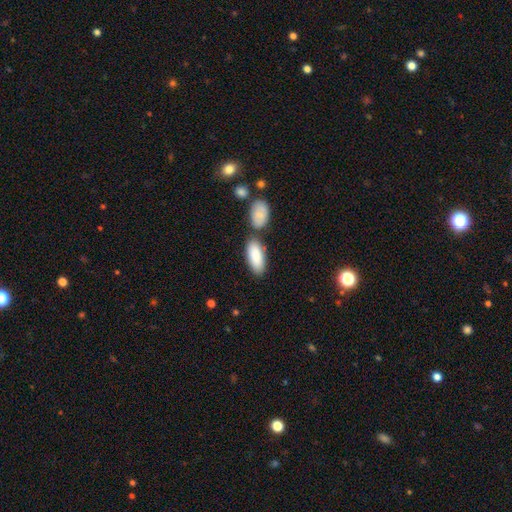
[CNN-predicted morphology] This appears to be a smooth galaxy with no disk features (87%) that is in between round and cigar-shaped (85%). Merging: none (66%).